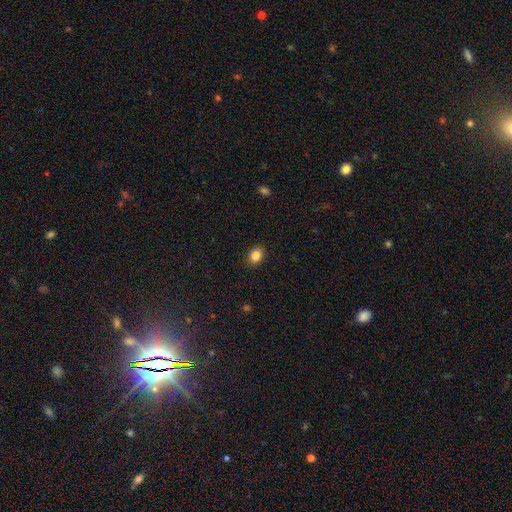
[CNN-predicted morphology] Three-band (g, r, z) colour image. It shows a smooth galaxy with no disk features (85%) that is round (50%). Merging: none (89%).